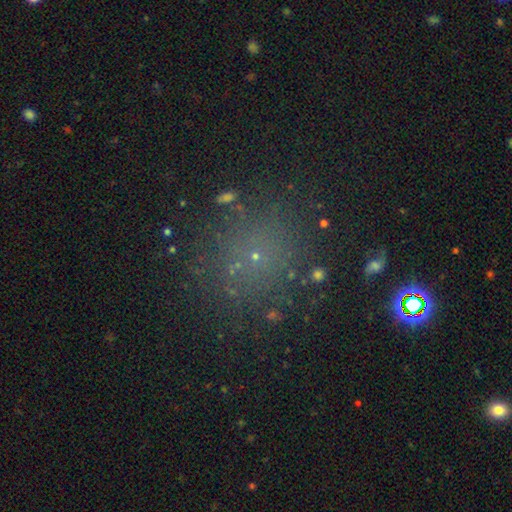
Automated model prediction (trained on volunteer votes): Smooth or featured: smooth — 51% (star or artifact — 38%)
How rounded: round — 89% (in between — 10%)
Merging: none — 81% (minor disturbance — 10%)